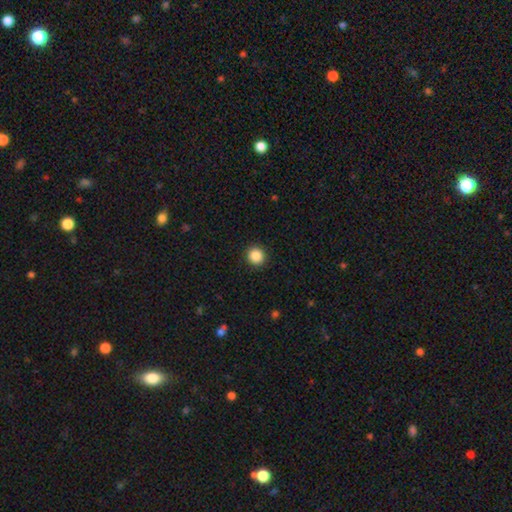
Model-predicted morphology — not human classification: A smooth galaxy with no disk features (88%) that is round (94%). Merging: none (93%).